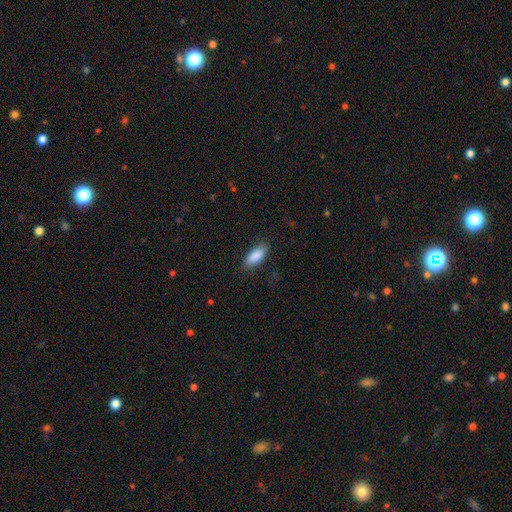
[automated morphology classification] Q: Smooth or featured?
A: smooth (88%); runner-up: star or artifact (6%)
Q: How rounded?
A: in between (81%); runner-up: cigar-shaped (17%)
Q: Merging?
A: none (82%); runner-up: minor disturbance (13%)